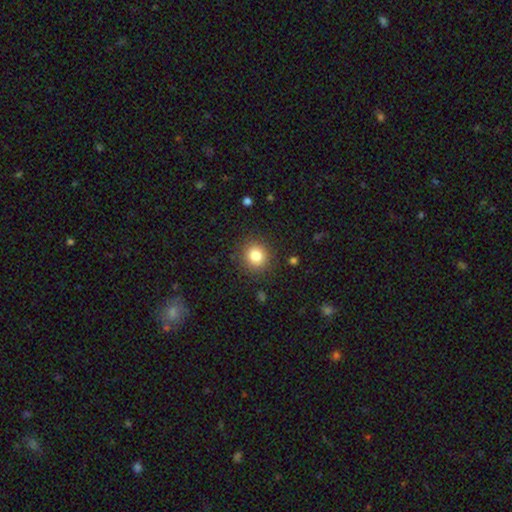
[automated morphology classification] smooth 82%, star or artifact 11%, featured or disk 7%. Down the decision tree: how rounded — round (89%); merging — none (89%).